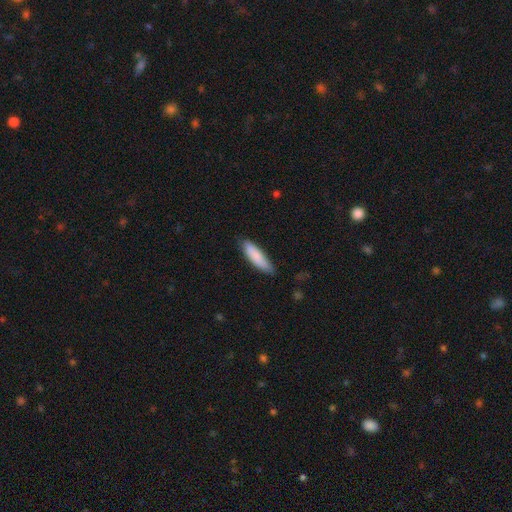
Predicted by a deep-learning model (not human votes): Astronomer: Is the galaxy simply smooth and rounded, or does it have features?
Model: smooth — 84%.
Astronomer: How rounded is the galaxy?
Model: cigar-shaped — 64%.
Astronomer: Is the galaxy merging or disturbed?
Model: none — 76%.